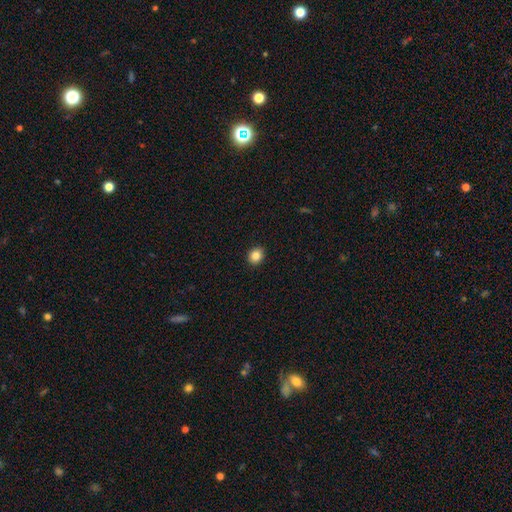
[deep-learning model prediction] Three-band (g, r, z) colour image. It shows a smooth galaxy with no disk features (85%) that is round (71%). Merging: none (92%).